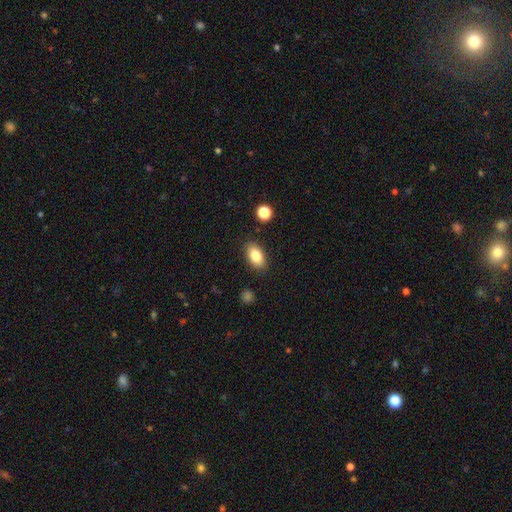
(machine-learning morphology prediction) This appears to be a smooth galaxy with no disk features (84%) that is in between round and cigar-shaped (90%). Merging: none (86%).